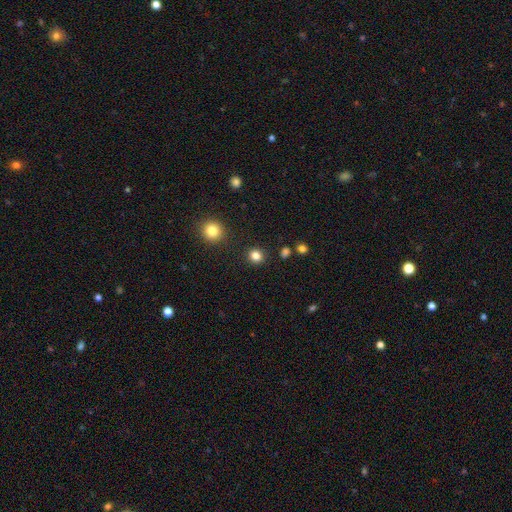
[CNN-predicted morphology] This is clearly a smooth galaxy (83%). How rounded: clearly round (89%). Merging: clearly none (91%).